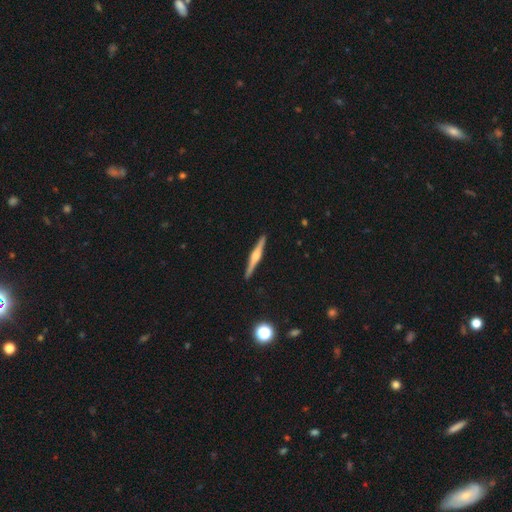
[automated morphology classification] Smooth or featured?
  - featured or disk: 75% *
  - smooth: 19%
  - star or artifact: 6%
Edge-on disk?
  - yes: 98% *
  - no: 2%
Edge-on bulge?
  - rounded: 77% *
  - boxy: 17%
  - none: 6%
Merging?
  - none: 92% *
  - minor disturbance: 6%
  - major disturbance: 1%
  - merger: 1%